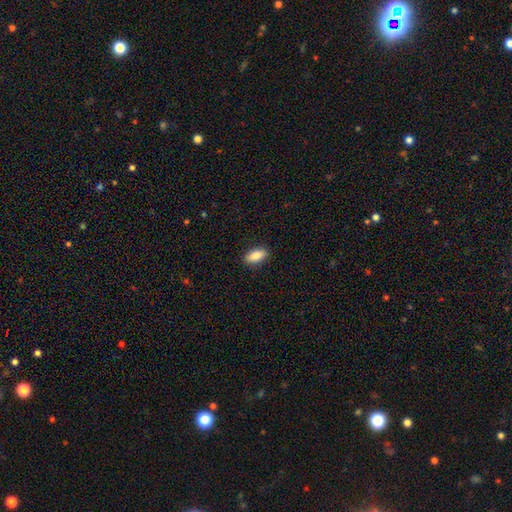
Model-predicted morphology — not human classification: Q: Smooth or featured?
A: smooth (85%); runner-up: featured or disk (9%)
Q: How rounded?
A: in between (86%); runner-up: cigar-shaped (11%)
Q: Merging?
A: none (90%); runner-up: minor disturbance (8%)